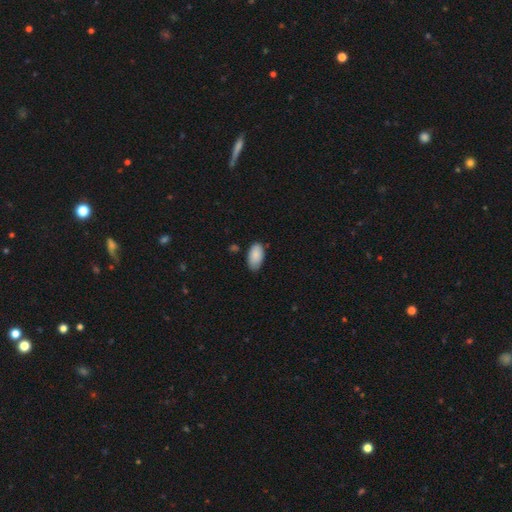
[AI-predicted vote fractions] This appears to be a smooth galaxy with no disk features (88%) that is in between round and cigar-shaped (95%). Merging: none (78%).